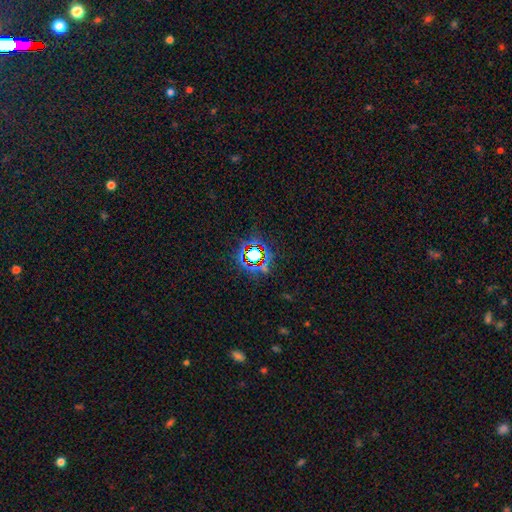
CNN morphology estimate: type=star or artifact (73%).